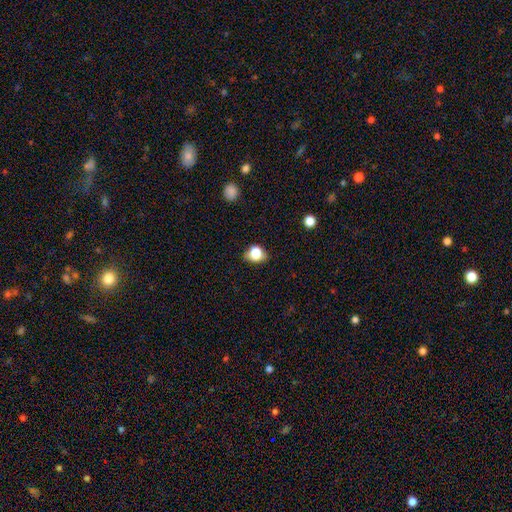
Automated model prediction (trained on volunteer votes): smooth 76%, featured or disk 13%, star or artifact 12%. Down the decision tree: how rounded — in between (50%); merging — none (73%).